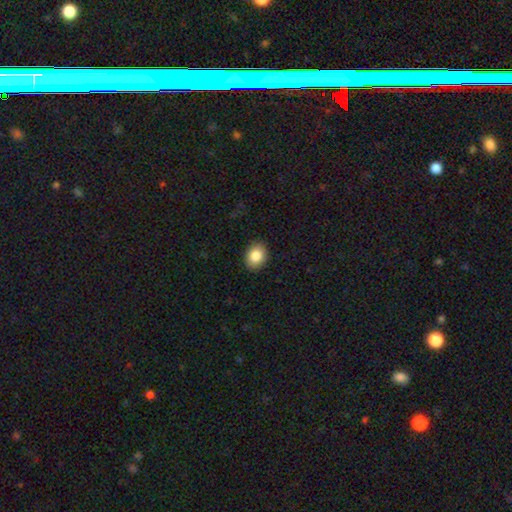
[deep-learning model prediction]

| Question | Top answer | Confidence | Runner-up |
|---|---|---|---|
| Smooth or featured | smooth | 85% | star or artifact (8%) |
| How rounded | in between | 58% | round (41%) |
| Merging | none | 89% | minor disturbance (8%) |